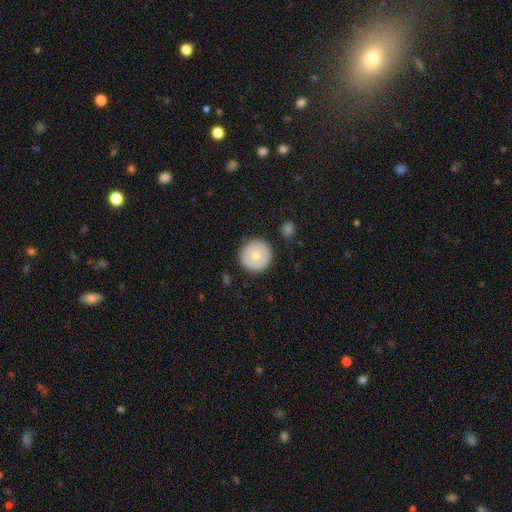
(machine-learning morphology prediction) smooth_or_featured: smooth (p=0.64) [alt: featured or disk p=0.29]
how_rounded: round (p=0.96) [alt: in between p=0.03]
merging: none (p=0.90) [alt: minor disturbance p=0.07]